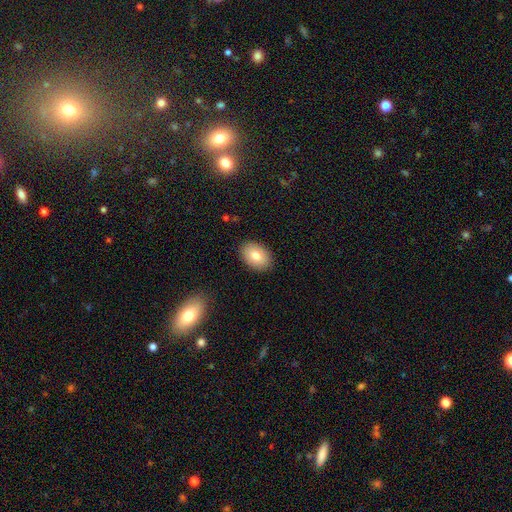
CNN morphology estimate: A smooth galaxy with no disk features (80%) that is in between round and cigar-shaped (84%). Merging: none (88%).